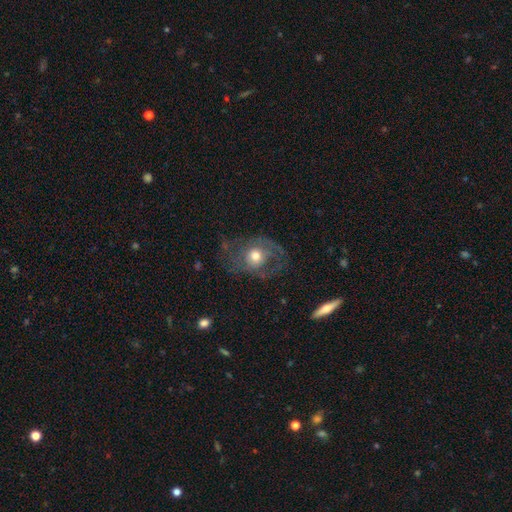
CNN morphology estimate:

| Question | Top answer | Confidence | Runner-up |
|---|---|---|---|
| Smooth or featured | featured or disk | 50% | smooth (42%) |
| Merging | none | 51% | major disturbance (27%) |